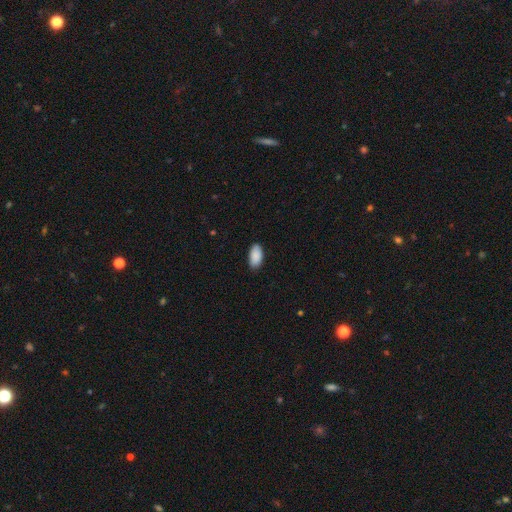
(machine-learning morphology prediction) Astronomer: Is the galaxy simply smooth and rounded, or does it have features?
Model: smooth — 91%.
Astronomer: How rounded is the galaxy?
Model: in between — 95%.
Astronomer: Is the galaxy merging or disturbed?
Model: none — 87%.